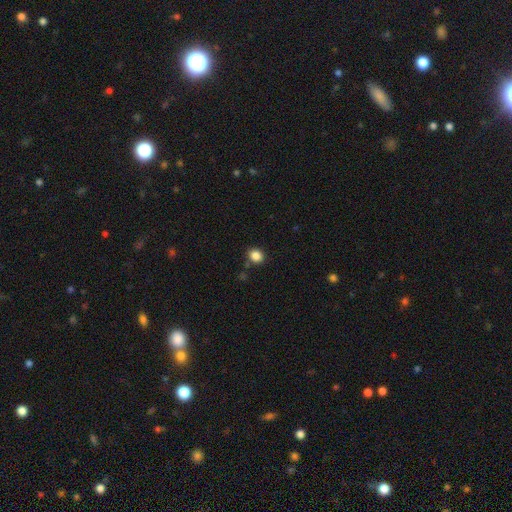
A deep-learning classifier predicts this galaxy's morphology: smooth-or-featured: smooth: 85% | star or artifact: 11% | featured or disk: 4%
  how-rounded: round: 66% | in between: 33% | cigar-shaped: 1%
  merging: none: 81% | minor disturbance: 11% | merger: 5% | major disturbance: 3%